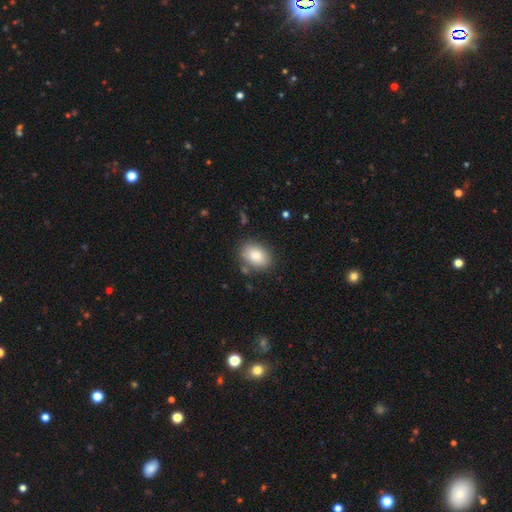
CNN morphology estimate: Smooth or featured?
  - smooth: 85% *
  - featured or disk: 8%
  - star or artifact: 7%
How rounded?
  - in between: 75% *
  - round: 24%
  - cigar-shaped: 1%
Merging?
  - none: 79% *
  - minor disturbance: 13%
  - major disturbance: 4%
  - merger: 4%